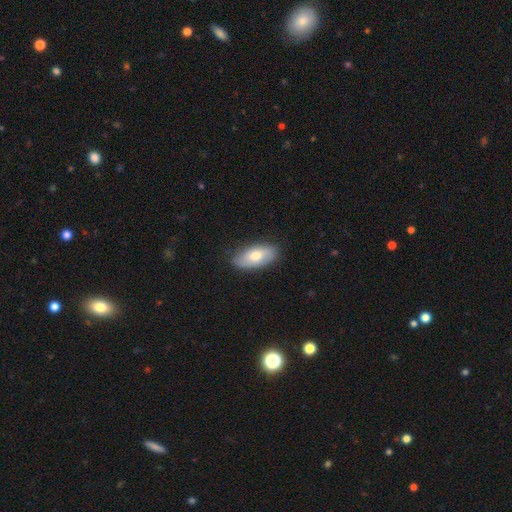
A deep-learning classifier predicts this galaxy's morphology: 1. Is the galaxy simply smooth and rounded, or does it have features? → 68% smooth, 27% featured or disk, 5% star or artifact.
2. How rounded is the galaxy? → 91% in between, 6% cigar-shaped, 3% round.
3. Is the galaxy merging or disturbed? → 81% none, 15% minor disturbance, 3% major disturbance, 1% merger.